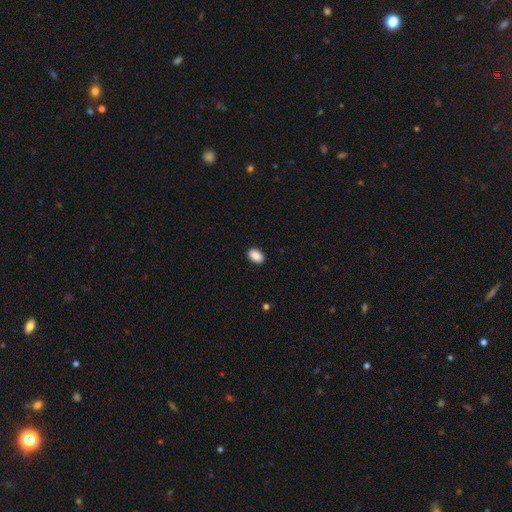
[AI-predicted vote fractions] Smooth or featured: smooth — 90% (star or artifact — 7%)
How rounded: in between — 91% (round — 8%)
Merging: none — 90% (minor disturbance — 7%)